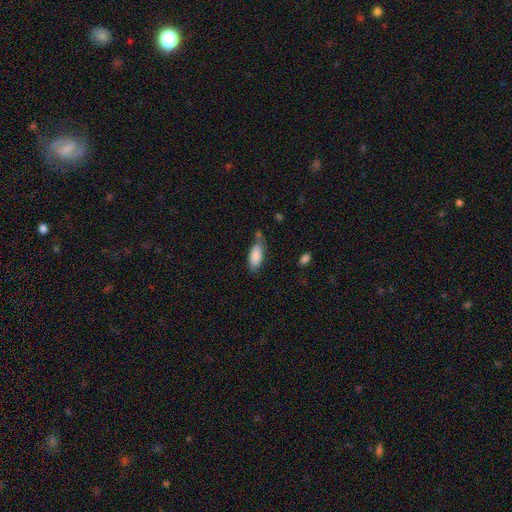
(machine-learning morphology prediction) Smooth or featured?
  - smooth: 85% *
  - featured or disk: 8%
  - star or artifact: 7%
How rounded?
  - in between: 84% *
  - cigar-shaped: 14%
  - round: 2%
Merging?
  - none: 56% *
  - minor disturbance: 27%
  - merger: 10%
  - major disturbance: 7%